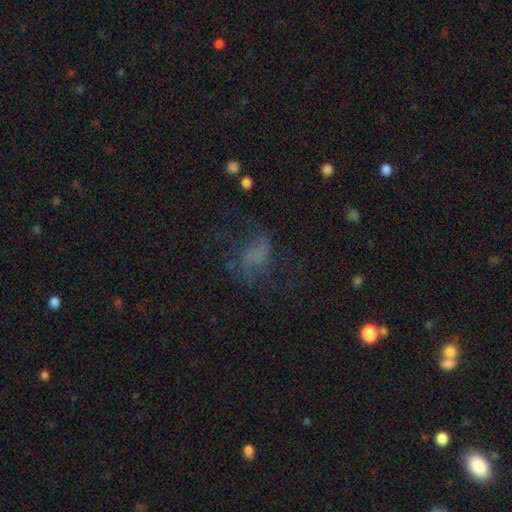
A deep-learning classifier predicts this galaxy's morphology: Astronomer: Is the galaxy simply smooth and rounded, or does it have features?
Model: featured or disk — 49% (runner-up: smooth, 30%).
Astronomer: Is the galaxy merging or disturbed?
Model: none — 47% (runner-up: major disturbance, 33%).